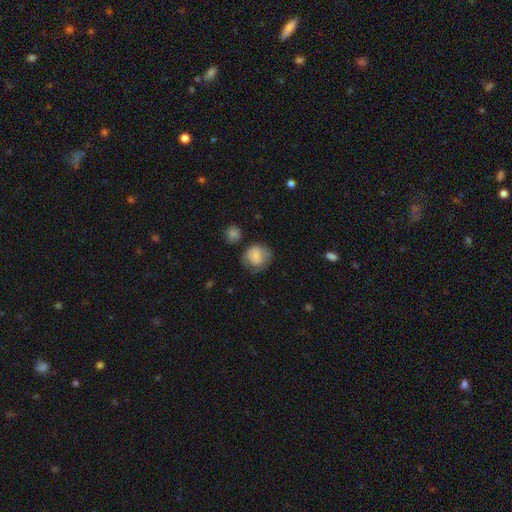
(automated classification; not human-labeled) Overall: smooth (76%). How rounded: round (73%). Merging: none (57%; minor disturbance 26%).